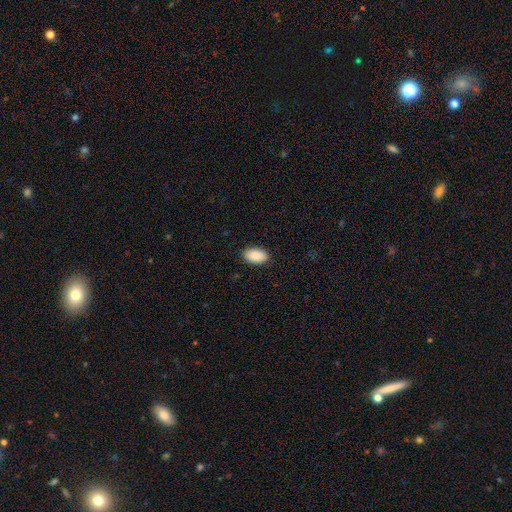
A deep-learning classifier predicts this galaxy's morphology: The model was most divided on "merging": none: 90%, minor disturbance: 7%, major disturbance: 2%, merger: 1%. More confident: how rounded — in between (95%); smooth or featured — smooth (90%).